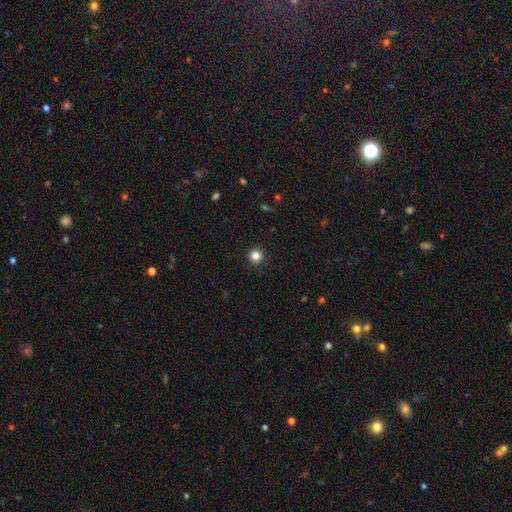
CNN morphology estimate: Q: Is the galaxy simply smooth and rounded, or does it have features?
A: smooth — 83%.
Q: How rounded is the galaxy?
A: round — 96%.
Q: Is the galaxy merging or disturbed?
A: none — 93%.